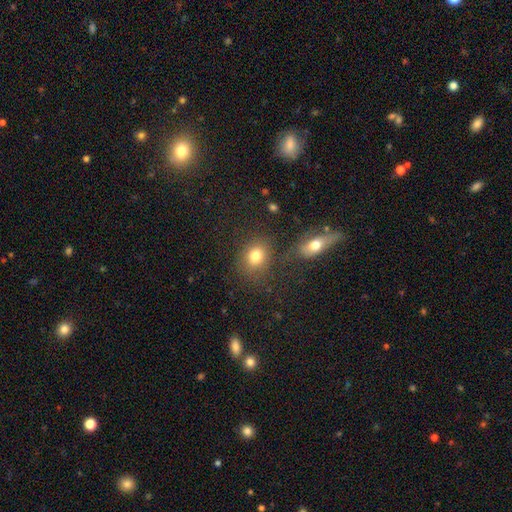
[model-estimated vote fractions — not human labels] The model was most divided on "how rounded": round: 52%, in between: 47%, cigar-shaped: 1%. More confident: smooth or featured — smooth (79%); merging — none (73%).